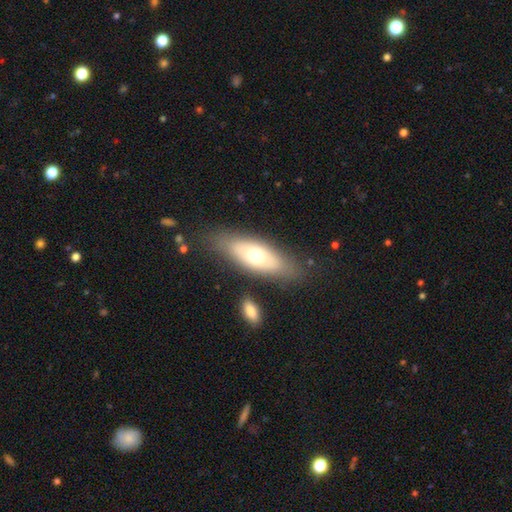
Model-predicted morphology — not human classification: Smooth or featured? smooth (61%)
How rounded? in between (68%)
Merging? none (77%)